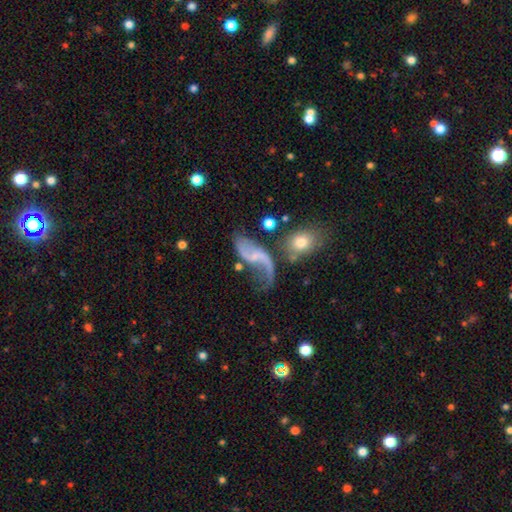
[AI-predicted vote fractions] This is clearly a featured or disk galaxy (82%). It is clearly not viewed edge-on (96%). Bar: possibly no (50%). Spiral arm pattern: clearly yes (90%). Spiral arm count: clearly 2 (85%). Spiral winding: clearly loose (90%). Central bulge: possibly small (55%). Merging: marginally none (42%).